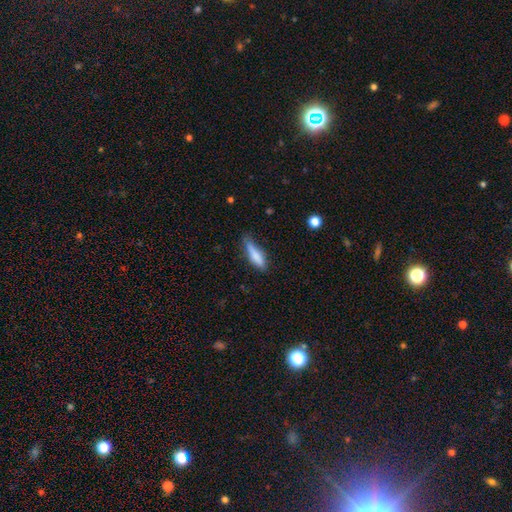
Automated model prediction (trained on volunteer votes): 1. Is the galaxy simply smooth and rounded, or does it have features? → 78% smooth, 16% featured or disk, 7% star or artifact.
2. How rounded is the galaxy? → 69% cigar-shaped, 29% in between, 2% round.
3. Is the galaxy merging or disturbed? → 63% none, 29% minor disturbance, 6% major disturbance, 2% merger.